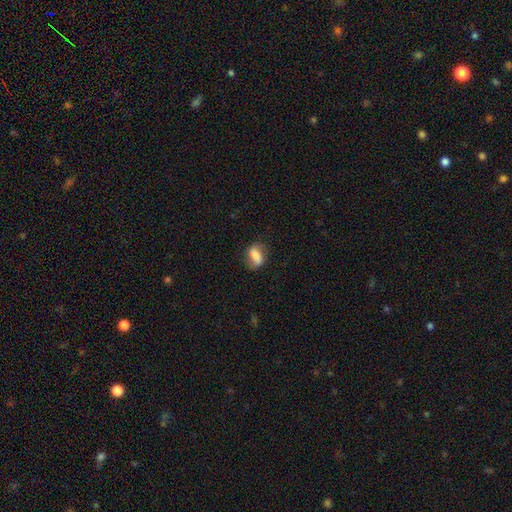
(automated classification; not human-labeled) smooth-or-featured: smooth: 55% | featured or disk: 36% | star or artifact: 9%
  how-rounded: in between: 74% | round: 19% | cigar-shaped: 6%
  merging: none: 69% | minor disturbance: 21% | major disturbance: 9% | merger: 2%